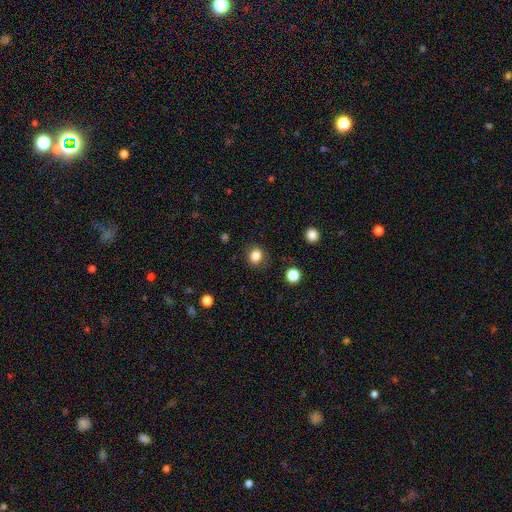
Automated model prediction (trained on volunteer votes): smooth_or_featured: smooth (p=0.84) [alt: star or artifact p=0.11]
how_rounded: round (p=0.67) [alt: in between p=0.33]
merging: none (p=0.85) [alt: minor disturbance p=0.10]